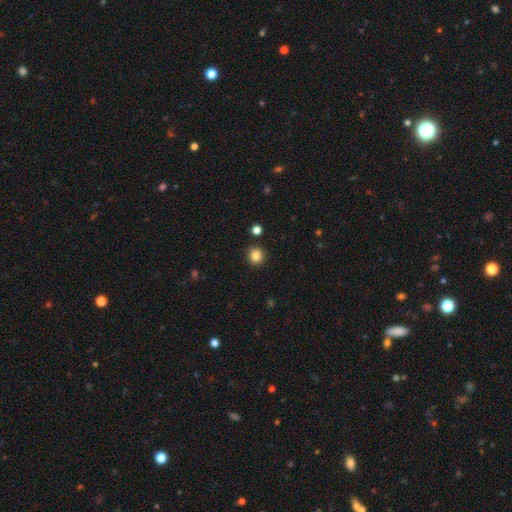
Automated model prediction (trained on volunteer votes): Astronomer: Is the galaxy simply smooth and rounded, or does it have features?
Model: smooth — 85%.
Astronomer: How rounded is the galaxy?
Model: round — 92%.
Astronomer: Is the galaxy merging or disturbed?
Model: none — 92%.